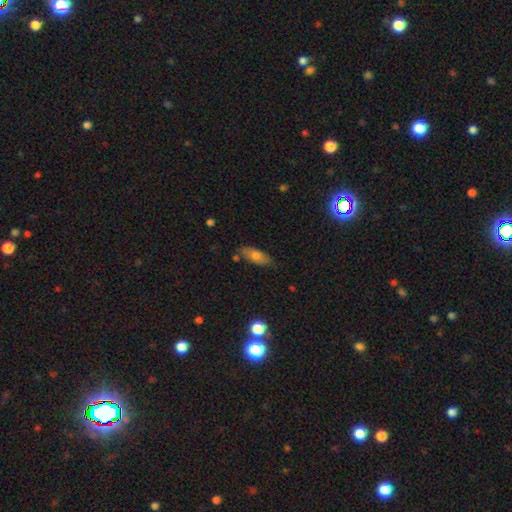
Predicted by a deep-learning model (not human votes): This is likely a smooth galaxy (68%). How rounded: likely in between (76%). Merging: likely none (74%).